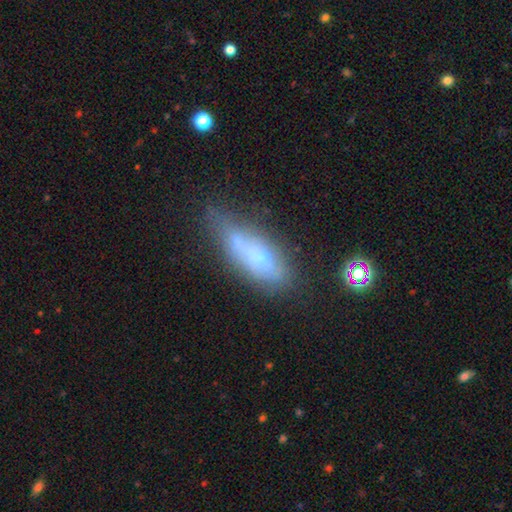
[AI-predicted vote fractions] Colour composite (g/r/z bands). It shows a smooth galaxy with no disk features (45%). Merging: none (38%).